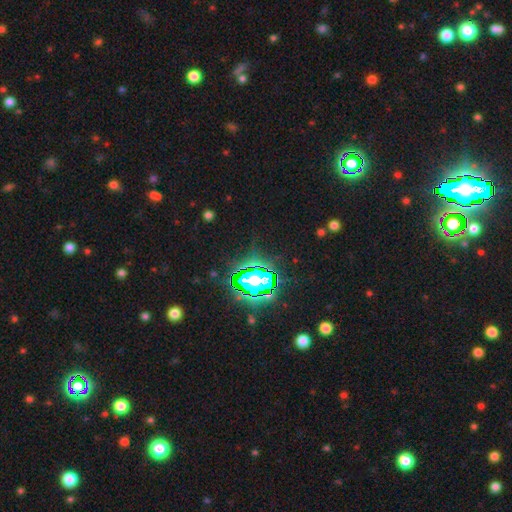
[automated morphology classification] Smooth or featured? Predicted: star or artifact (p=0.81).